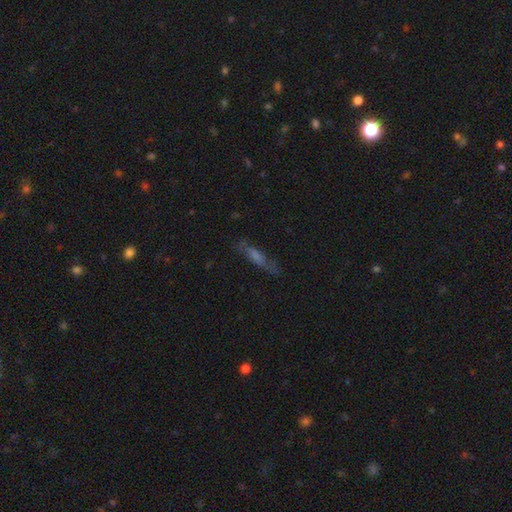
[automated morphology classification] This is marginally a featured or disk galaxy (45%). Merging: likely none (74%).